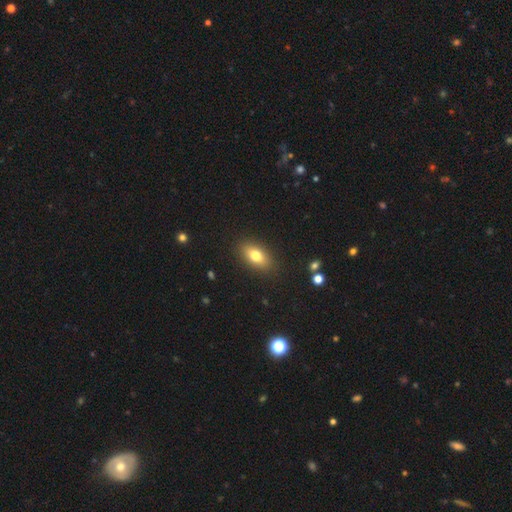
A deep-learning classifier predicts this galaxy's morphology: Smooth or featured?
  - smooth: 76% *
  - featured or disk: 15%
  - star or artifact: 9%
How rounded?
  - in between: 86% *
  - round: 8%
  - cigar-shaped: 7%
Merging?
  - none: 88% *
  - minor disturbance: 8%
  - major disturbance: 2%
  - merger: 1%